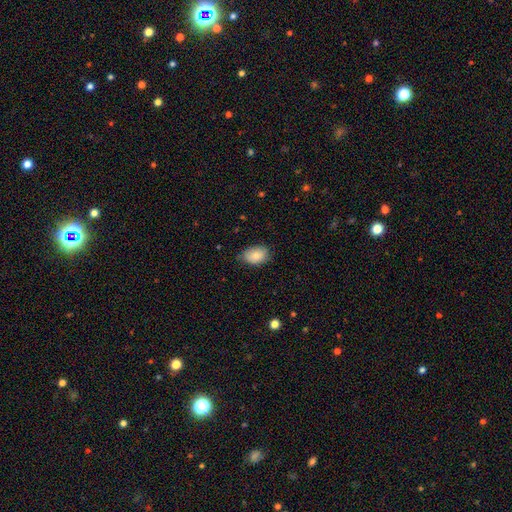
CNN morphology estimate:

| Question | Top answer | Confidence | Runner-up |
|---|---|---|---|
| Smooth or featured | smooth | 81% | featured or disk (11%) |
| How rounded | in between | 84% | round (15%) |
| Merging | none | 74% | minor disturbance (22%) |